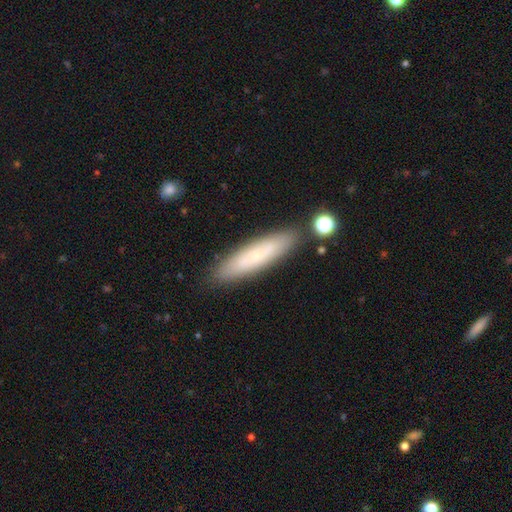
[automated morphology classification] A smooth galaxy with no disk features (65%) that is cigar-shaped (80%).

Vote fractions:
- Smooth or featured? smooth: 65% / featured or disk: 28% / star or artifact: 7%
- How rounded? cigar-shaped: 80% / in between: 18% / round: 2%
- Merging? none: 85% / minor disturbance: 10% / merger: 3% / major disturbance: 2%